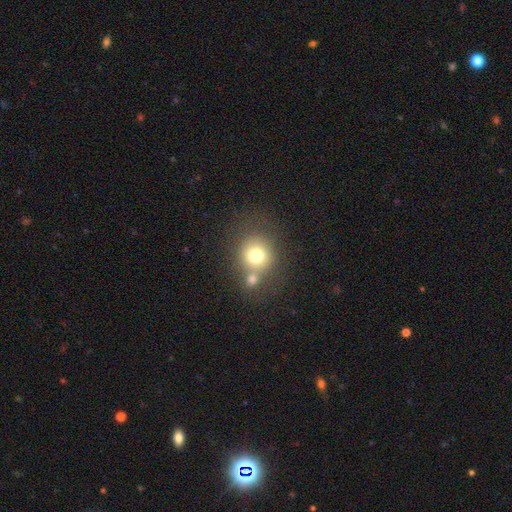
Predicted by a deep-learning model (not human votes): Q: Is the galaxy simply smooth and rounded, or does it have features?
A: smooth — 73%.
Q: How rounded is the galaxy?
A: round — 85%.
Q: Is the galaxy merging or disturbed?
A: none — 53%.